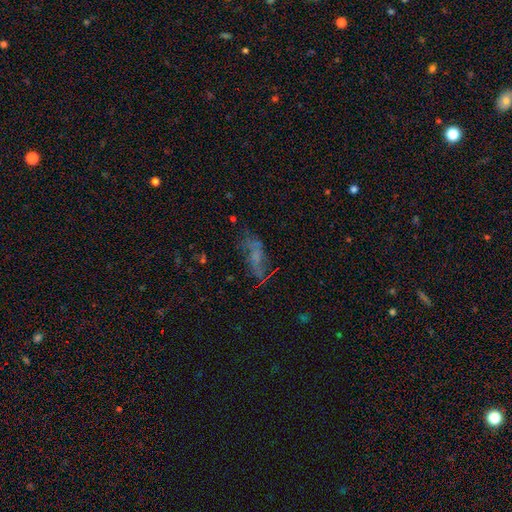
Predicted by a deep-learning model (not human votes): Q: Smooth or featured?
A: featured or disk (46%); runner-up: smooth (35%)
Q: Merging?
A: none (58%); runner-up: minor disturbance (21%)